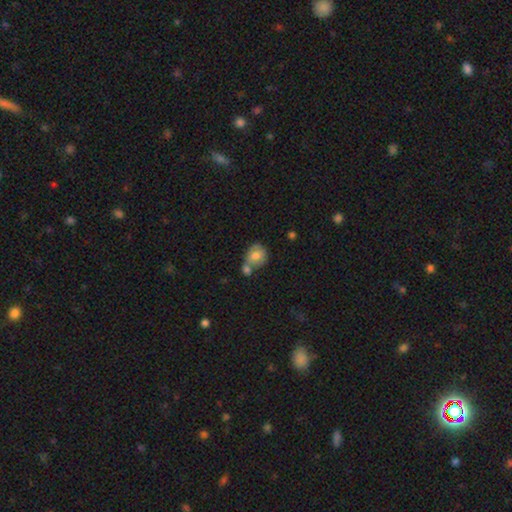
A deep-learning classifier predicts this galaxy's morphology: Smooth or featured?
  - smooth: 75% *
  - featured or disk: 17%
  - star or artifact: 8%
How rounded?
  - round: 67% *
  - in between: 32%
  - cigar-shaped: 1%
Merging?
  - merger: 43% *
  - none: 38%
  - minor disturbance: 14%
  - major disturbance: 5%